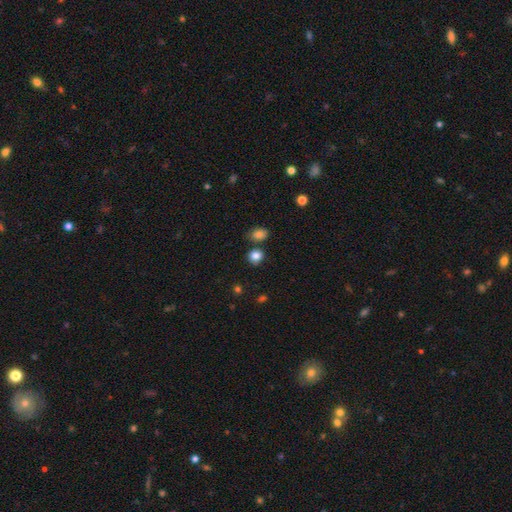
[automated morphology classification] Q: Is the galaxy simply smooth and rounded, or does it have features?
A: smooth — 85%.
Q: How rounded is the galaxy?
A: round — 75%.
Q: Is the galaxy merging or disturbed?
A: none — 75%.